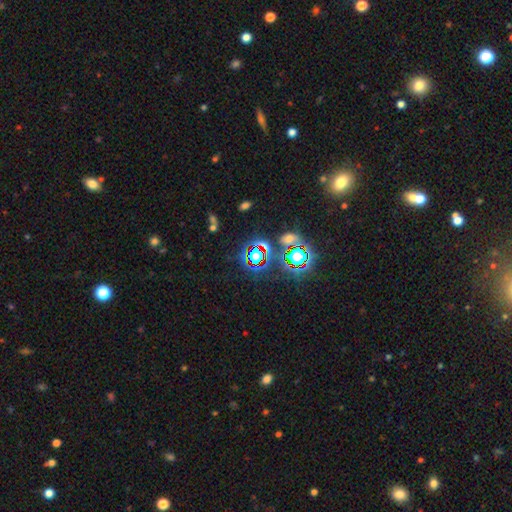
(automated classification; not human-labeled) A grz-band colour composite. It shows a star or artifact, not a galaxy (70%).